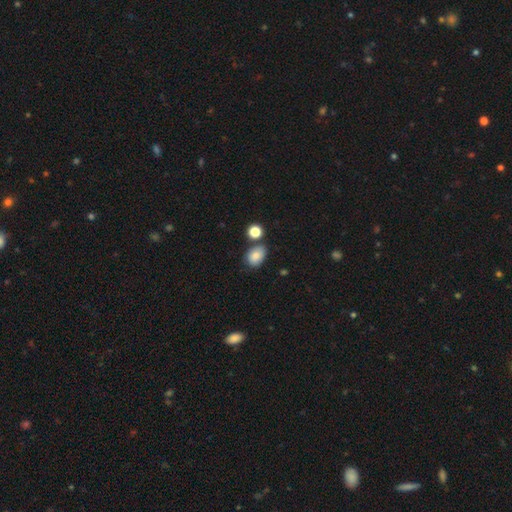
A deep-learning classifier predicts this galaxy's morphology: A smooth galaxy with no disk features (83%) that is in between round and cigar-shaped (73%).

Vote fractions:
- Smooth or featured? smooth: 83% / star or artifact: 10% / featured or disk: 8%
- How rounded? in between: 73% / round: 26% / cigar-shaped: 1%
- Merging? none: 69% / minor disturbance: 16% / merger: 11% / major disturbance: 4%